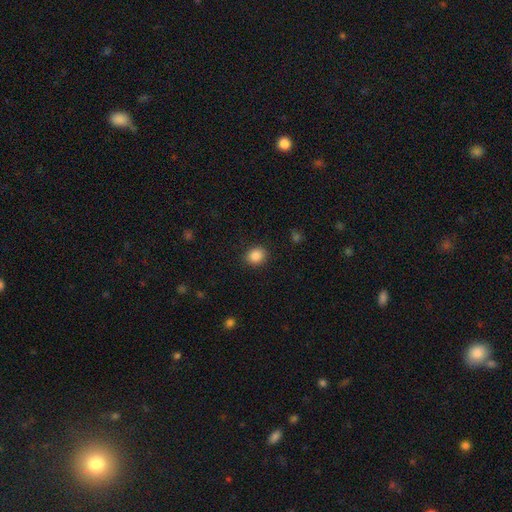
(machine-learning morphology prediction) A smooth galaxy with no disk features (87%) that is round (70%).

Vote fractions:
- Smooth or featured? smooth: 87% / star or artifact: 9% / featured or disk: 3%
- How rounded? round: 70% / in between: 29% / cigar-shaped: 1%
- Merging? none: 89% / minor disturbance: 8% / major disturbance: 3% / merger: 1%